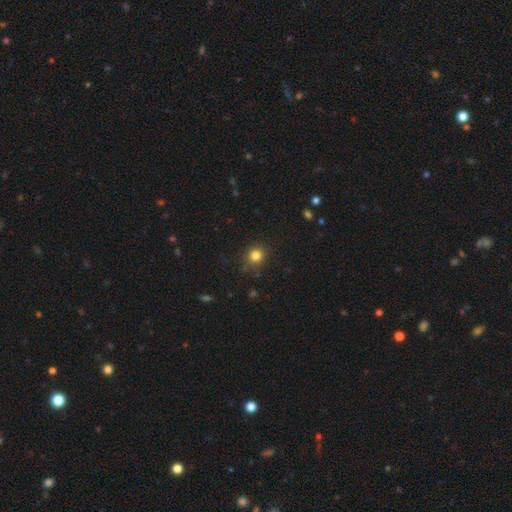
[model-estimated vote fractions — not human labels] smooth 82%, star or artifact 13%, featured or disk 5%. Down the decision tree: how rounded — round (87%); merging — none (87%).